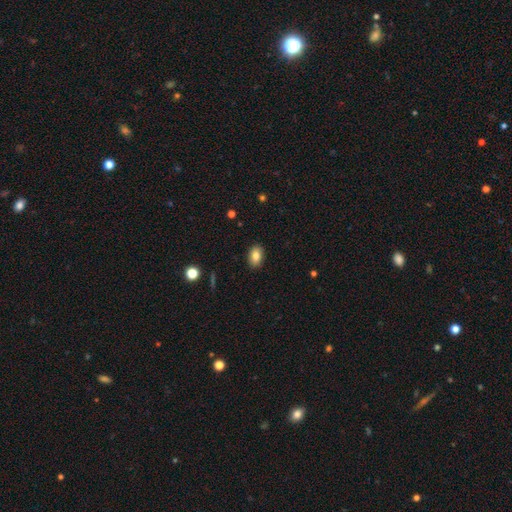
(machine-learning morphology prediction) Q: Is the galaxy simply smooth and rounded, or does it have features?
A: smooth — 83%.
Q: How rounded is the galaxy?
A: in between — 87%.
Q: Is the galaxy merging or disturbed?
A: none — 89%.